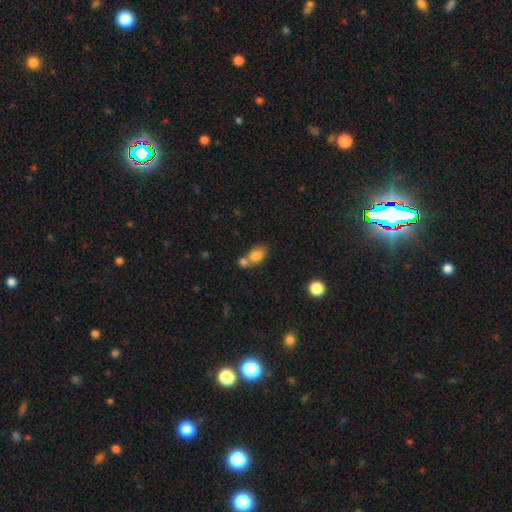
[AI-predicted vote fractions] This is clearly a smooth galaxy (81%). How rounded: likely in between (74%). Merging: possibly merger (51%).